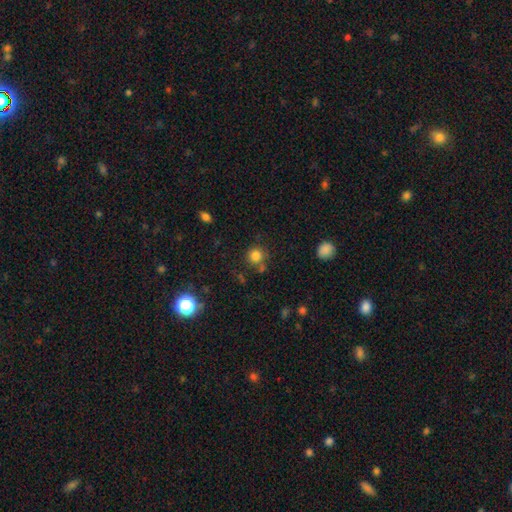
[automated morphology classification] This appears to be a smooth galaxy with no disk features (80%) that is round (90%). Merging: none (72%).